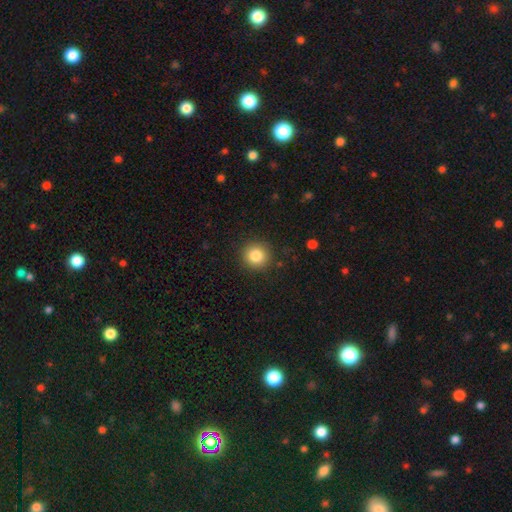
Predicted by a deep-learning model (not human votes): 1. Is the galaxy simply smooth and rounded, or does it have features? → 83% smooth, 10% star or artifact, 7% featured or disk.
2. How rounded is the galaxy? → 93% round, 6% in between, 1% cigar-shaped.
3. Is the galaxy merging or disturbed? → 90% none, 6% minor disturbance, 2% major disturbance, 1% merger.